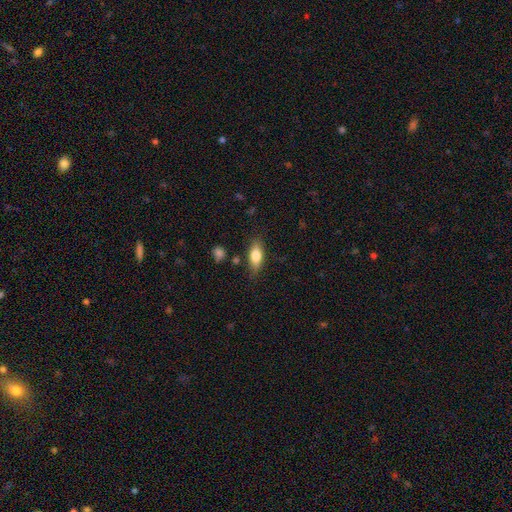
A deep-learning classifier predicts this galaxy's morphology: smooth_or_featured: smooth (p=0.74) [alt: featured or disk p=0.19]
how_rounded: in between (p=0.77) [alt: cigar-shaped p=0.18]
merging: none (p=0.76) [alt: minor disturbance p=0.17]